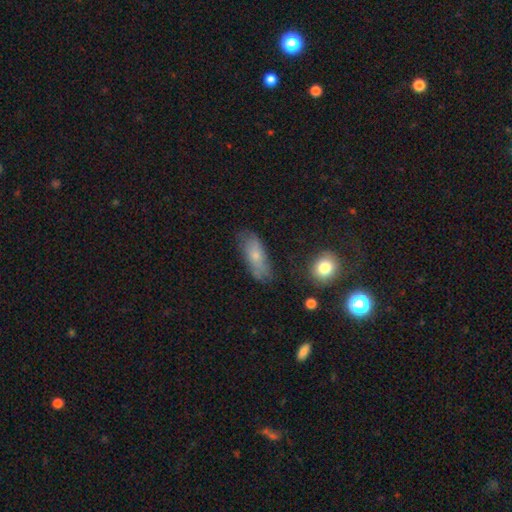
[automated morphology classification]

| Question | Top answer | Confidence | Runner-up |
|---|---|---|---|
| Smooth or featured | smooth | 67% | featured or disk (25%) |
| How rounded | in between | 77% | cigar-shaped (19%) |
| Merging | none | 65% | minor disturbance (25%) |